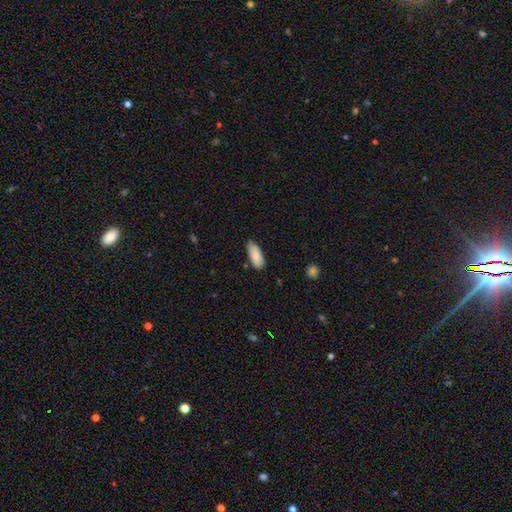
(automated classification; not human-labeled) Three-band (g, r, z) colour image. It shows a smooth galaxy with no disk features (85%) that is in between round and cigar-shaped (86%). Merging: none (77%).